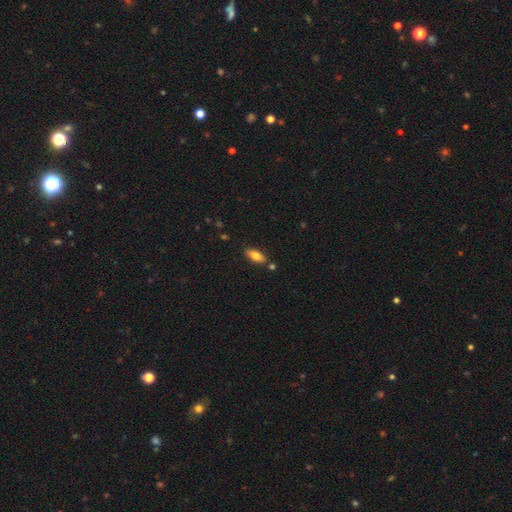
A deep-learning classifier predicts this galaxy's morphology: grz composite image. It shows a smooth galaxy with no disk features (76%) that is in between round and cigar-shaped (74%). Merging: none (80%).